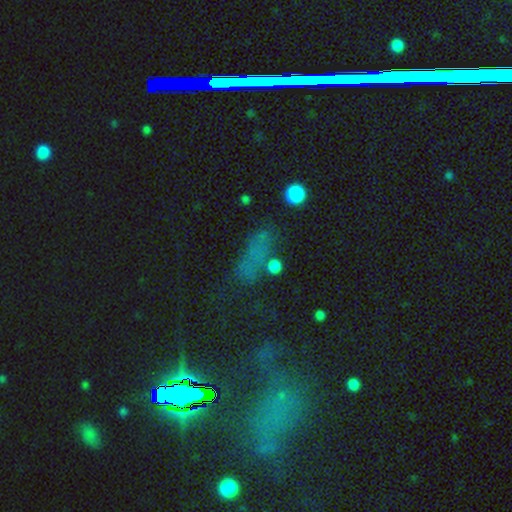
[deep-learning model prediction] Overall: star or artifact (59%; smooth 27%).